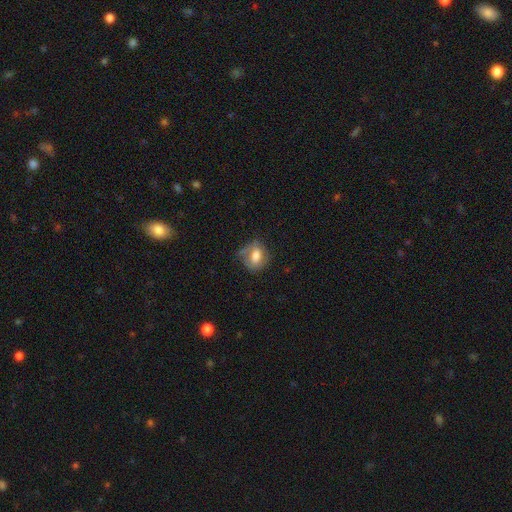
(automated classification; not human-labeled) Smooth or featured? smooth (60%)
How rounded? in between (57%)
Merging? none (49%)